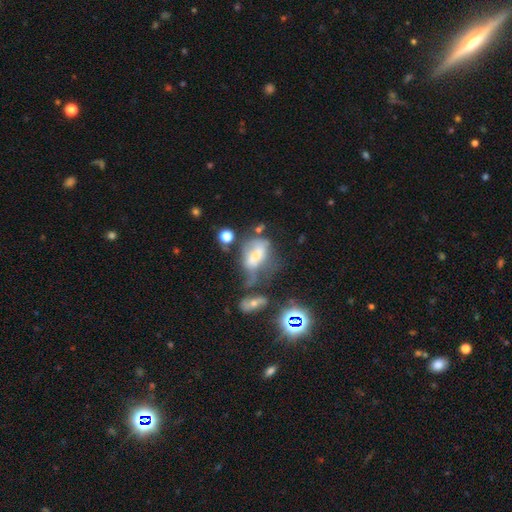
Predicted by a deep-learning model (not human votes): Morphology: type=smooth (45%); merging=major disturbance (34%).